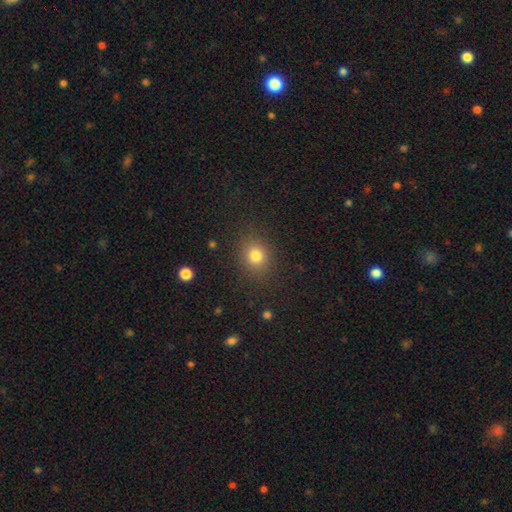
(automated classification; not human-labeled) Smooth or featured? smooth (80%)
How rounded? round (71%)
Merging? none (86%)